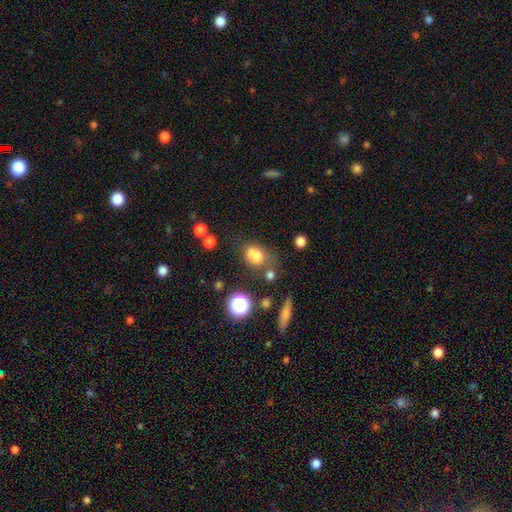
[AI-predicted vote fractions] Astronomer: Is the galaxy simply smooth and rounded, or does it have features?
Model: smooth — 69%.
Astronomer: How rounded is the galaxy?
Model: round — 56% (runner-up: in between, 43%).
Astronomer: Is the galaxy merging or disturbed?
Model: merger — 40% (runner-up: none, 37%).